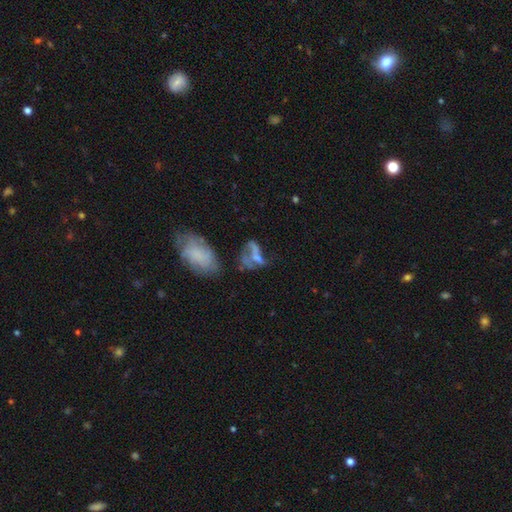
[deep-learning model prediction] Smooth or featured: featured or disk — 43% (smooth — 40%)
Merging: major disturbance — 33% (none — 26%)